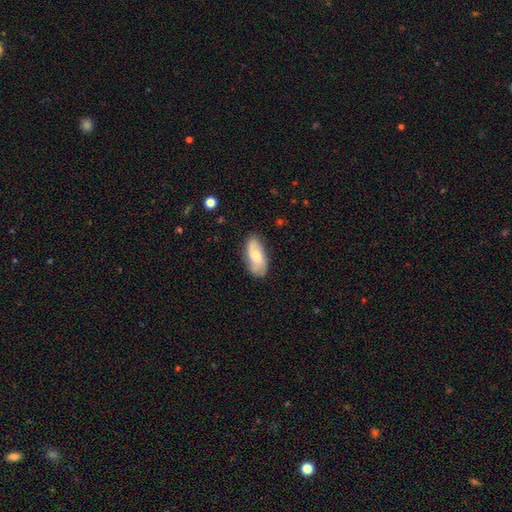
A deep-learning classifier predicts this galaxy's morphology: smooth 62%, featured or disk 32%, star or artifact 6%. Down the decision tree: how rounded — in between (87%); merging — none (77%).